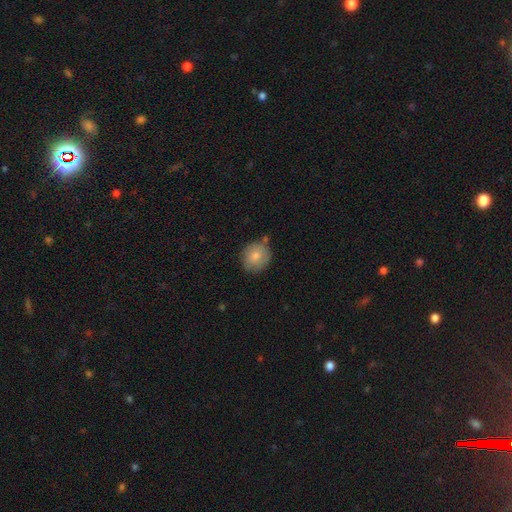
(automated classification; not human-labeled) The model was most divided on "merging": none: 70%, minor disturbance: 20%, merger: 7%, major disturbance: 4%. More confident: how rounded — round (81%); smooth or featured — smooth (78%).